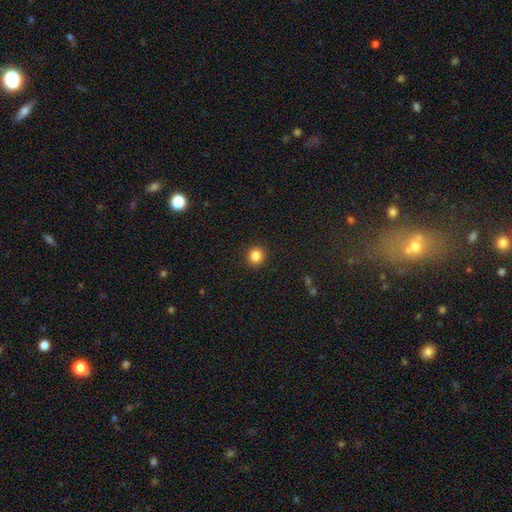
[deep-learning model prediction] Q: Smooth or featured?
A: smooth (85%); runner-up: star or artifact (11%)
Q: How rounded?
A: round (88%); runner-up: in between (11%)
Q: Merging?
A: none (92%); runner-up: minor disturbance (5%)